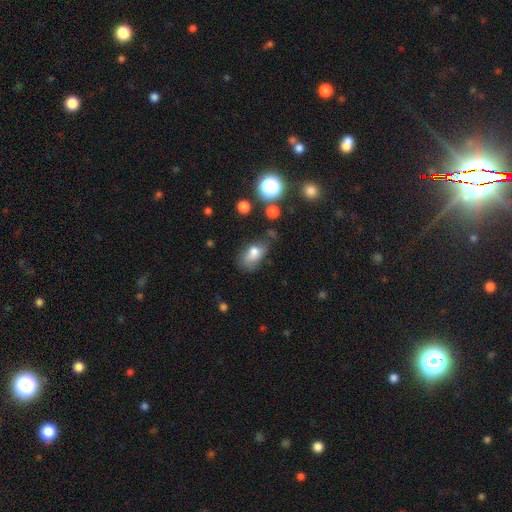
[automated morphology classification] Smooth or featured? smooth (57%)
How rounded? in between (78%)
Merging? none (63%)